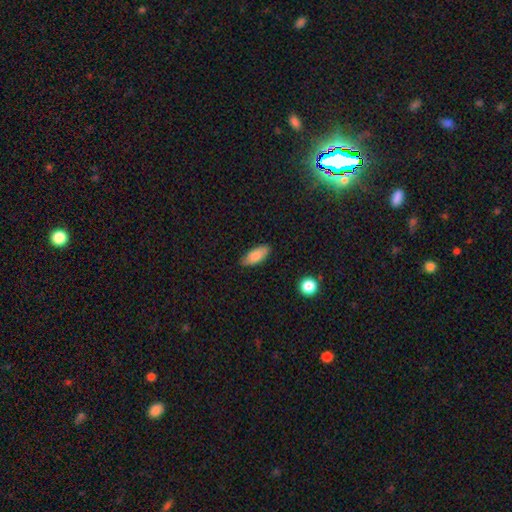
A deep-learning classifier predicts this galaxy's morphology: Q: Smooth or featured?
A: smooth (82%); runner-up: featured or disk (12%)
Q: How rounded?
A: in between (85%); runner-up: cigar-shaped (13%)
Q: Merging?
A: none (83%); runner-up: minor disturbance (13%)